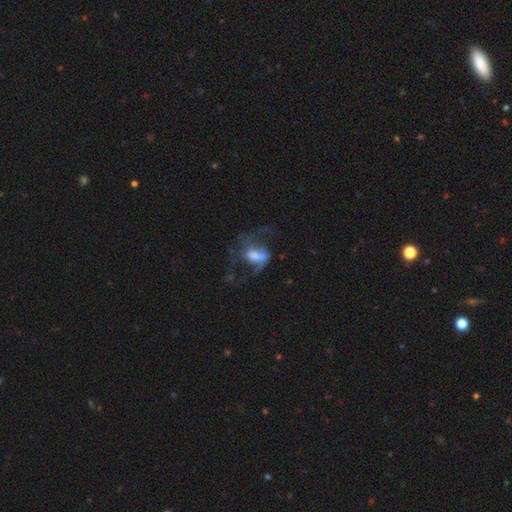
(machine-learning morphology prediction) Overall: featured or disk (61%; smooth 28%). Edge-on disk: no (96%). Bar: no (45%; weak 38%). Spiral arms: yes (68%; no 32%). Bulge size: moderate (36%; small 22%). Merging: major disturbance (52%; none 28%).